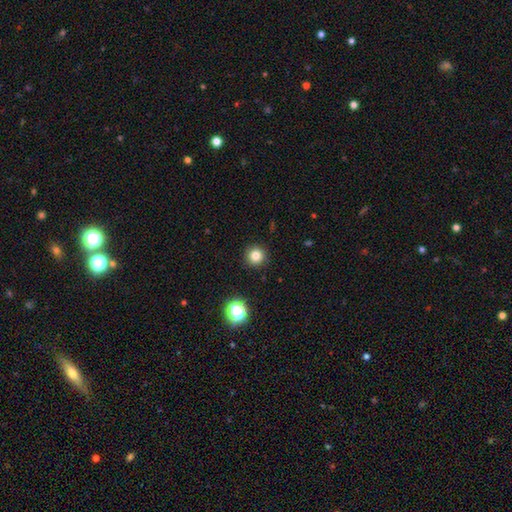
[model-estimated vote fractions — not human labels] A smooth galaxy with no disk features (81%) that is round (95%). Merging: none (92%).